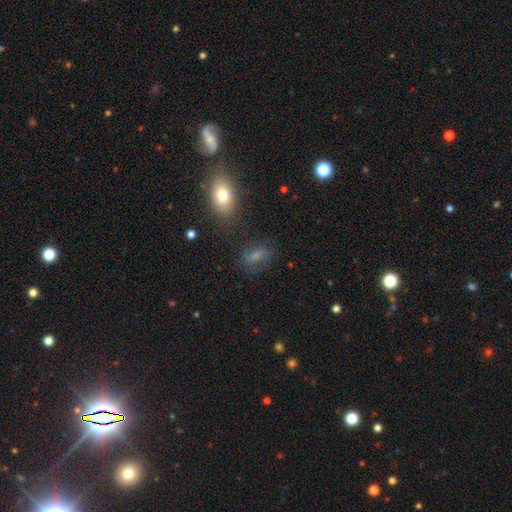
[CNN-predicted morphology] Q: Smooth or featured?
A: smooth (54%); runner-up: featured or disk (28%)
Q: How rounded?
A: in between (75%); runner-up: round (21%)
Q: Merging?
A: none (66%); runner-up: minor disturbance (20%)